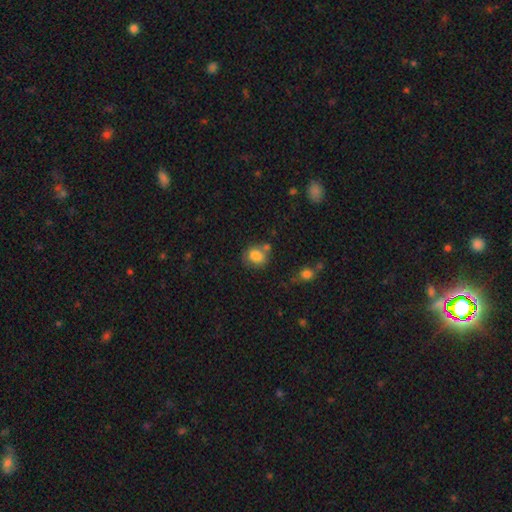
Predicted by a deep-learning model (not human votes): This appears to be a smooth galaxy with no disk features (81%) that is round (61%). Merging: none (57%).